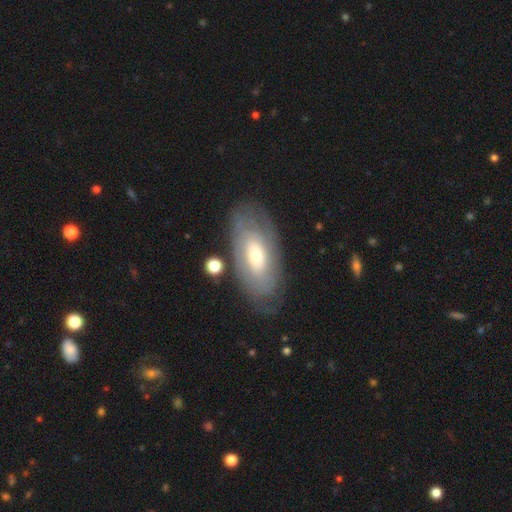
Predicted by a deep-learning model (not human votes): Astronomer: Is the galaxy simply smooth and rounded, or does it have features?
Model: featured or disk — 60%.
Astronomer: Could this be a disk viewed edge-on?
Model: no — 89%.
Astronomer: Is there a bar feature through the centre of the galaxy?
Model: no — 72%.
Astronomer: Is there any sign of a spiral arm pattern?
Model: yes — 64%.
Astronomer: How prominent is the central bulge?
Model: moderate — 49% (runner-up: small, 38%).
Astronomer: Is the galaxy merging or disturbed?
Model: none — 75%.